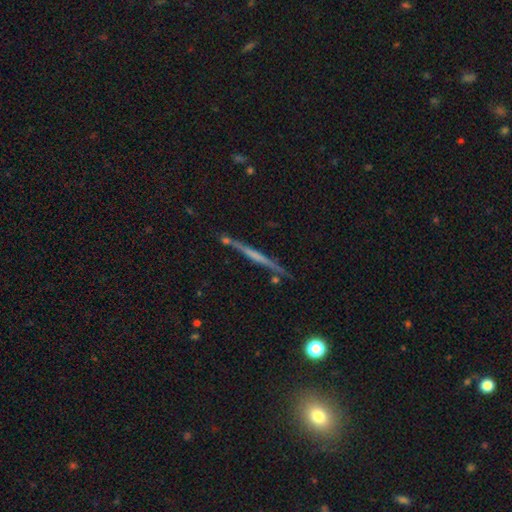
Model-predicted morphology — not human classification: A featured or disk galaxy (66%) viewed edge-on (97%) with no central bulge (71%). Merging: none (85%).